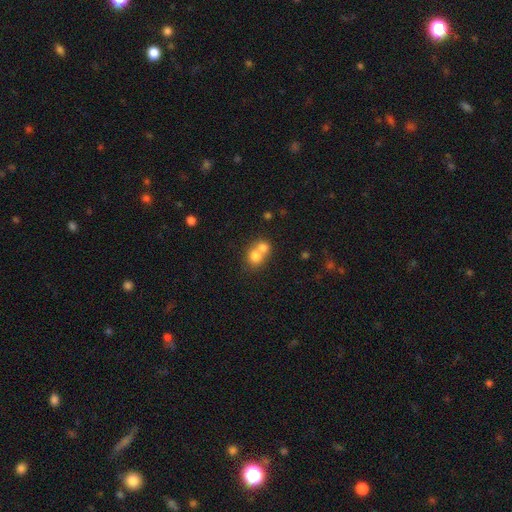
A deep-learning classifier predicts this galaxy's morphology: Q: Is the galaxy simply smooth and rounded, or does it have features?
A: smooth — 75%.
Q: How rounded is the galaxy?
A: round — 76%.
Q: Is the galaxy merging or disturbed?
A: merger — 67%.